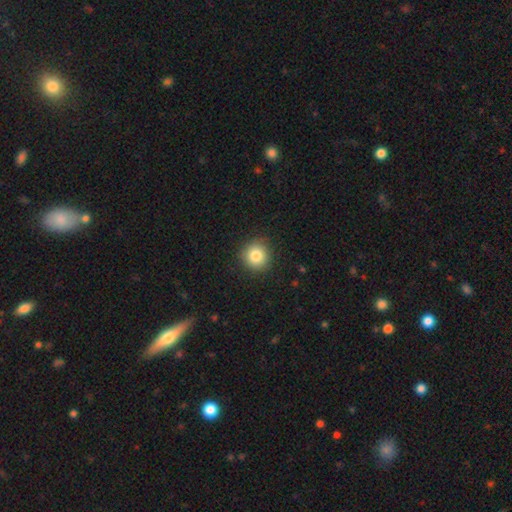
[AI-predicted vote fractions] Morphology: type=smooth (83%); roundness=round (92%); merging=none (89%).